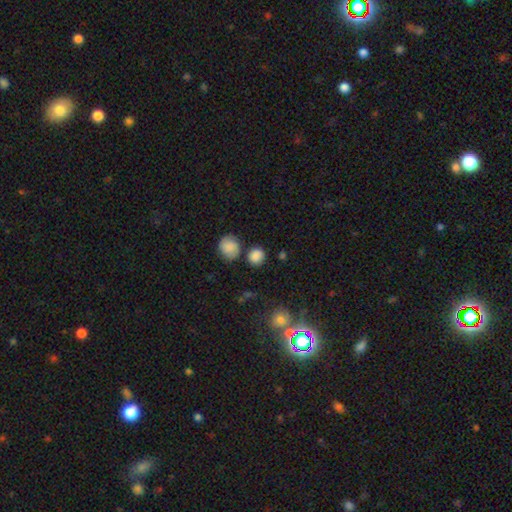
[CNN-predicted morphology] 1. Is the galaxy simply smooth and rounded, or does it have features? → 84% smooth, 11% star or artifact, 5% featured or disk.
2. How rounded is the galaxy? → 81% round, 18% in between, 1% cigar-shaped.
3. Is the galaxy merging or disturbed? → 75% none, 11% minor disturbance, 11% merger, 4% major disturbance.